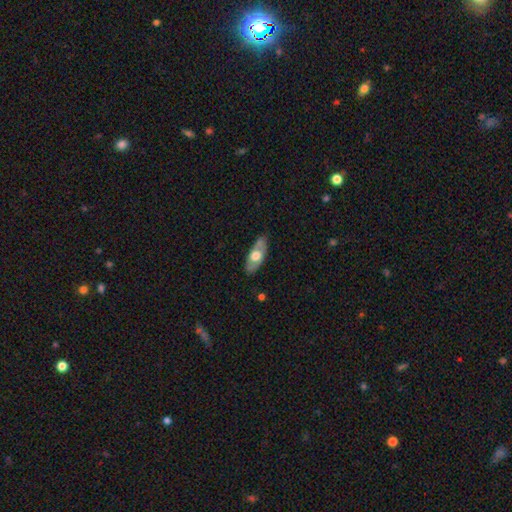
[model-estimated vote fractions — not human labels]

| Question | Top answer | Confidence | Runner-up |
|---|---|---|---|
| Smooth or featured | smooth | 48% | featured or disk (47%) |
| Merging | none | 79% | minor disturbance (16%) |